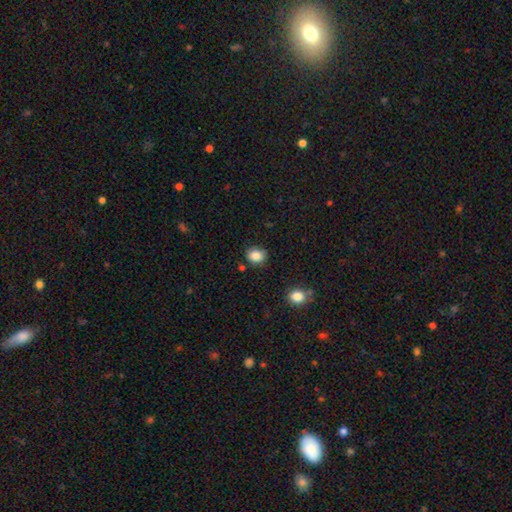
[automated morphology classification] Overall: smooth (86%). How rounded: round (65%; in between 34%). Merging: none (81%).